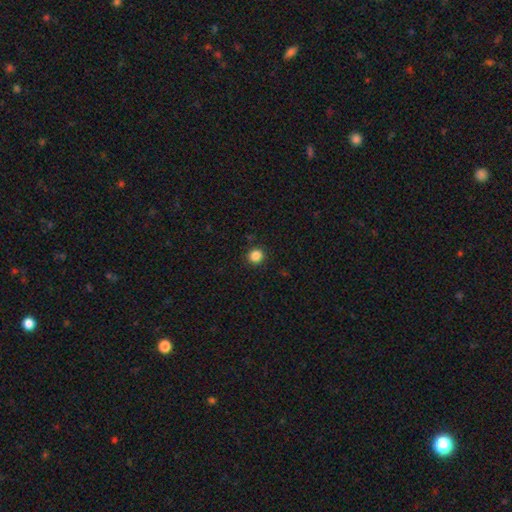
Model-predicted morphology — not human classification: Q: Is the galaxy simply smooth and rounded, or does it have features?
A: smooth — 85%.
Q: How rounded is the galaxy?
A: round — 92%.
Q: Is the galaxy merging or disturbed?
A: none — 91%.